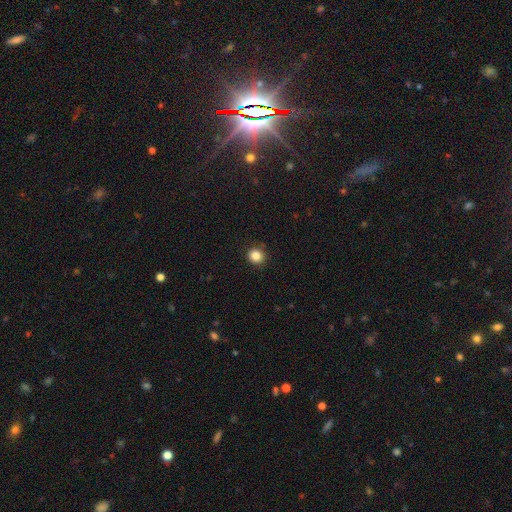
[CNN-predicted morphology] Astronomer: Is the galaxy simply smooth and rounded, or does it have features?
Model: smooth — 85%.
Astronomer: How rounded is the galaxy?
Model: round — 87%.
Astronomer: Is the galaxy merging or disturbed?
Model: none — 90%.